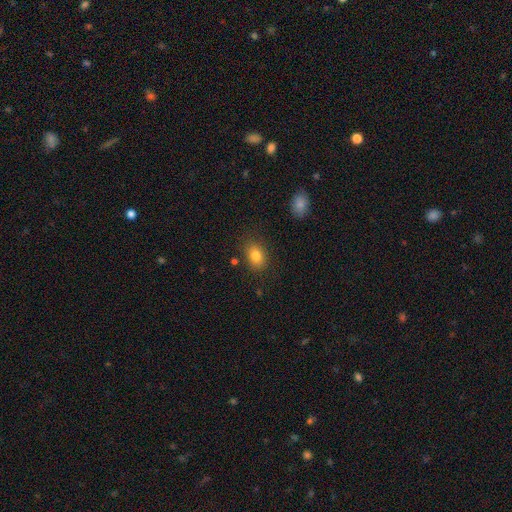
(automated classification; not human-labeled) Smooth or featured? smooth (81%)
How rounded? in between (74%)
Merging? none (80%)